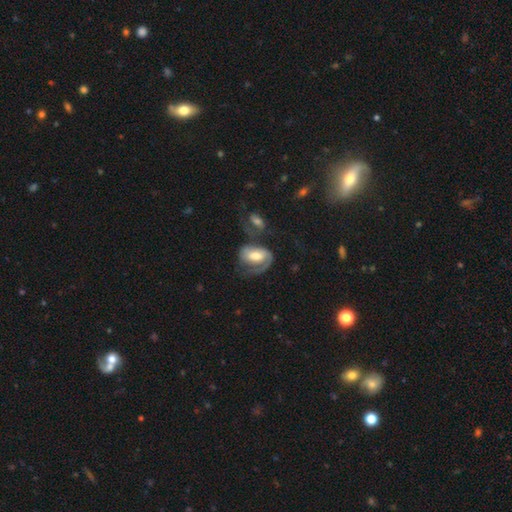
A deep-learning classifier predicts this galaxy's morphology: Q: Smooth or featured?
A: featured or disk (72%); runner-up: smooth (22%)
Q: Edge-on disk?
A: no (96%); runner-up: yes (4%)
Q: Bar?
A: weak (40%); runner-up: no (38%)
Q: Spiral arms?
A: yes (87%); runner-up: no (13%)
Q: Spiral winding?
A: medium (41%); runner-up: tight (37%)
Q: Spiral arm count?
A: 2 (47%); runner-up: 1 (41%)
Q: Bulge size?
A: moderate (61%); runner-up: large (20%)
Q: Merging?
A: none (37%); runner-up: major disturbance (28%)